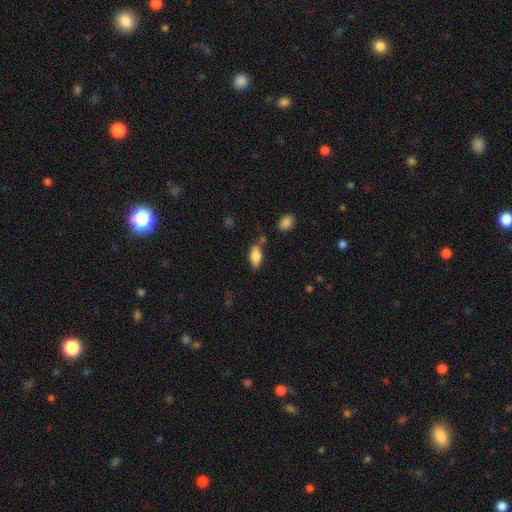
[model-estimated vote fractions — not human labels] This appears to be a smooth galaxy with no disk features (84%) that is in between round and cigar-shaped (90%). Merging: none (67%).